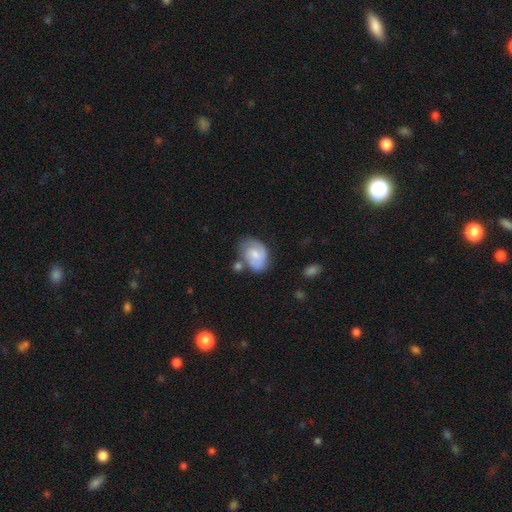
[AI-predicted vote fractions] Morphology: type=featured or disk (47%); merging=none (52%).